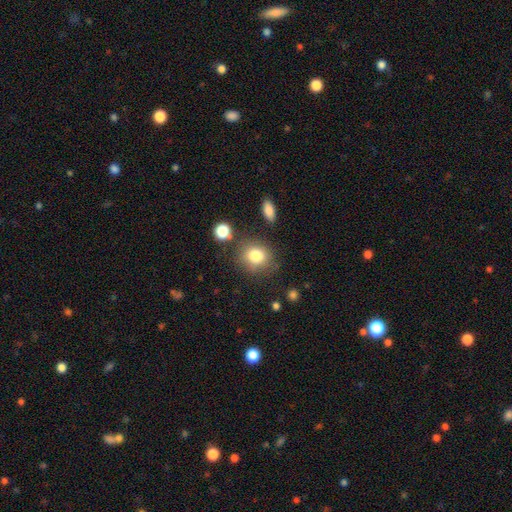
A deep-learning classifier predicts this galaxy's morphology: smooth-or-featured: smooth: 81% | star or artifact: 11% | featured or disk: 9%
  how-rounded: round: 75% | in between: 23% | cigar-shaped: 1%
  merging: none: 75% | minor disturbance: 14% | merger: 6% | major disturbance: 5%